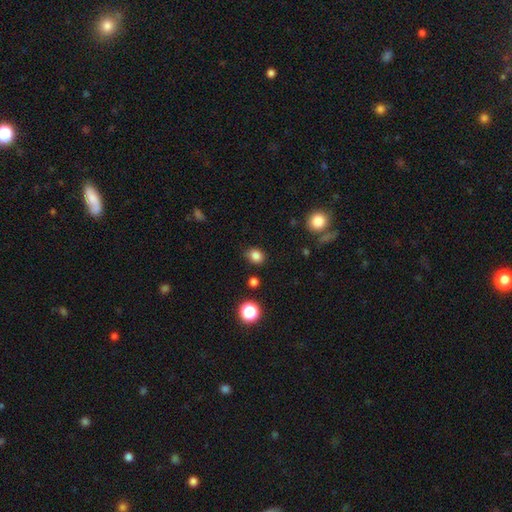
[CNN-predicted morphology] Overall: smooth (83%). How rounded: round (56%; in between 43%). Merging: none (79%).